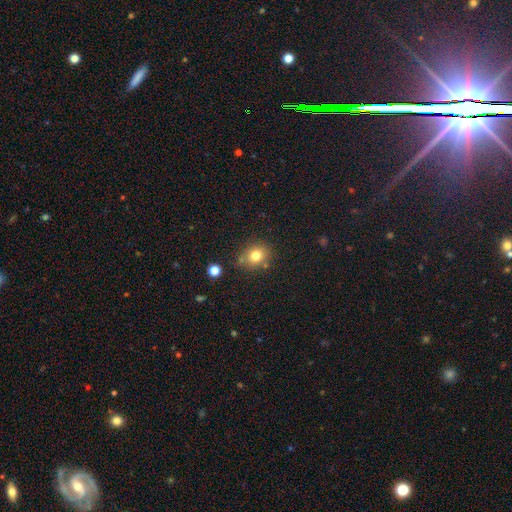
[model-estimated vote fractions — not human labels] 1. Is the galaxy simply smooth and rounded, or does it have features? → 78% smooth, 13% star or artifact, 10% featured or disk.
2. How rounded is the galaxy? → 68% round, 31% in between, 1% cigar-shaped.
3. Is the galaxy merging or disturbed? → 74% none, 14% minor disturbance, 8% merger, 4% major disturbance.